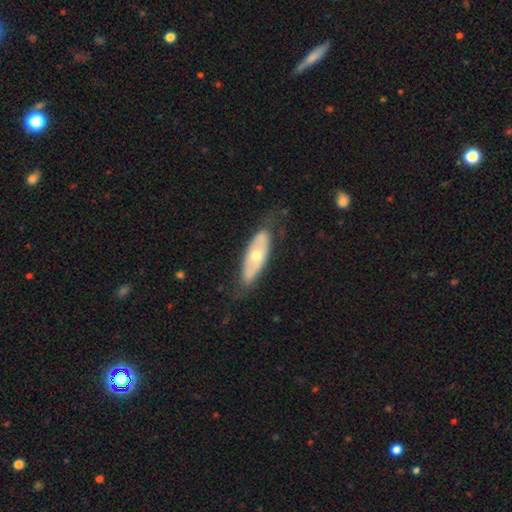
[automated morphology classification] Q: Smooth or featured?
A: featured or disk (51%); runner-up: smooth (43%)
Q: Edge-on disk?
A: no (72%); runner-up: yes (28%)
Q: Merging?
A: none (70%); runner-up: minor disturbance (21%)